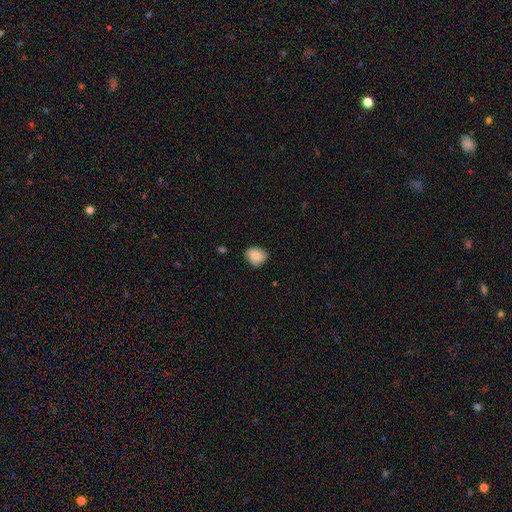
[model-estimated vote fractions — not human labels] The model was most divided on "how rounded": round: 54%, in between: 45%, cigar-shaped: 1%. More confident: smooth or featured — smooth (86%); merging — none (73%).